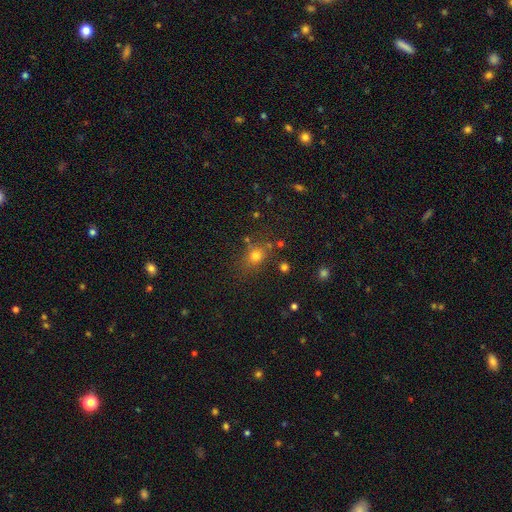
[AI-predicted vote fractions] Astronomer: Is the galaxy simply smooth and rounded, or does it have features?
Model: smooth — 73%.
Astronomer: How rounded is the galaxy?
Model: round — 59% (runner-up: in between, 39%).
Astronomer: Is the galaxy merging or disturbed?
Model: none — 70%.